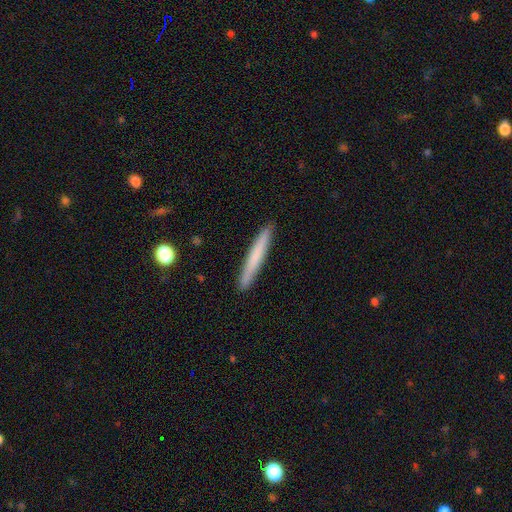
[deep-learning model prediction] This appears to be a smooth galaxy with no disk features (69%) that is cigar-shaped (97%). Merging: none (92%).